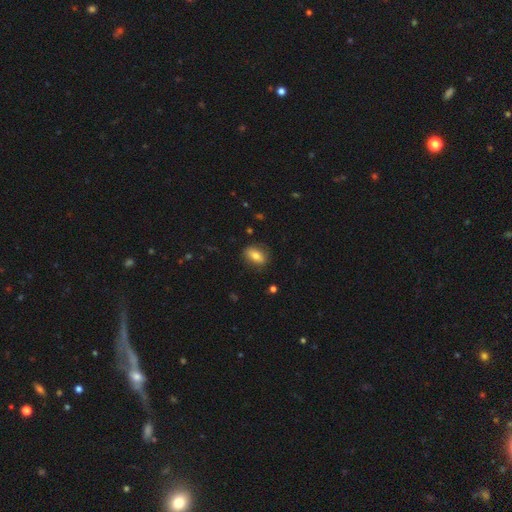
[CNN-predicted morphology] Overall: smooth (73%). How rounded: in between (79%). Merging: none (82%).